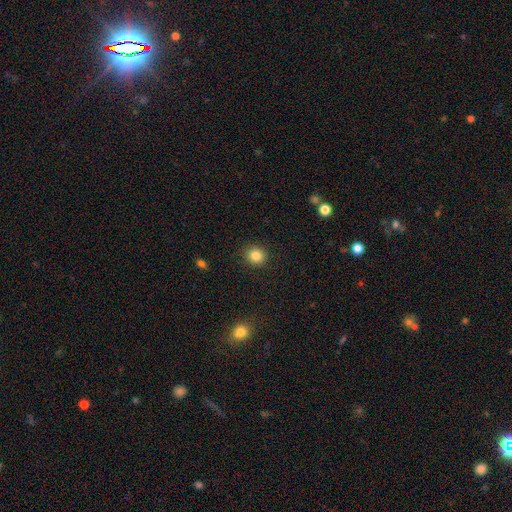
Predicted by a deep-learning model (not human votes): Smooth or featured? smooth (85%)
How rounded? round (87%)
Merging? none (90%)